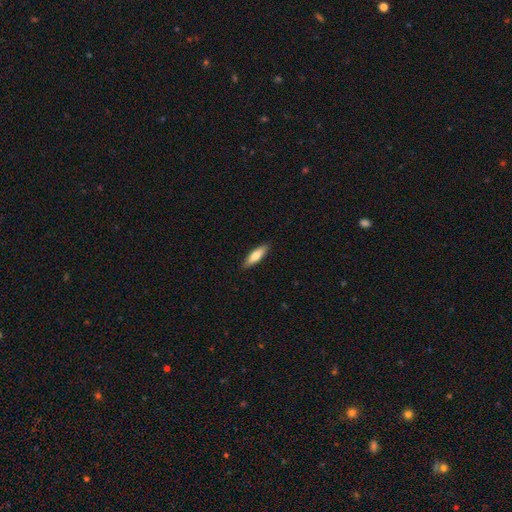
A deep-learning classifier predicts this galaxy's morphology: This is likely a smooth galaxy (71%). How rounded: possibly cigar-shaped (58%). Merging: clearly none (89%).